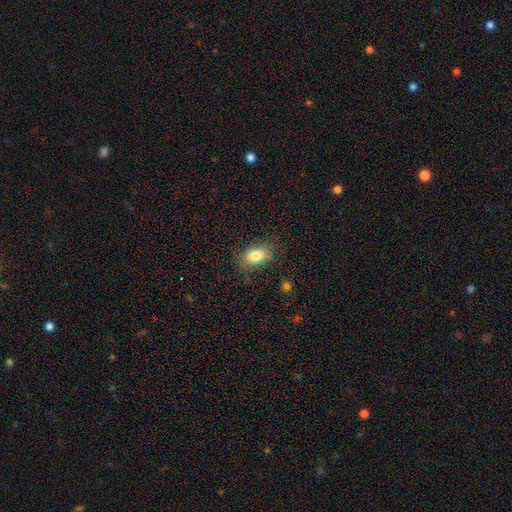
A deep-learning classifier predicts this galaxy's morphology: smooth-or-featured: smooth: 80% | featured or disk: 11% | star or artifact: 9%
  how-rounded: in between: 86% | round: 12% | cigar-shaped: 2%
  merging: none: 78% | minor disturbance: 16% | major disturbance: 5% | merger: 1%